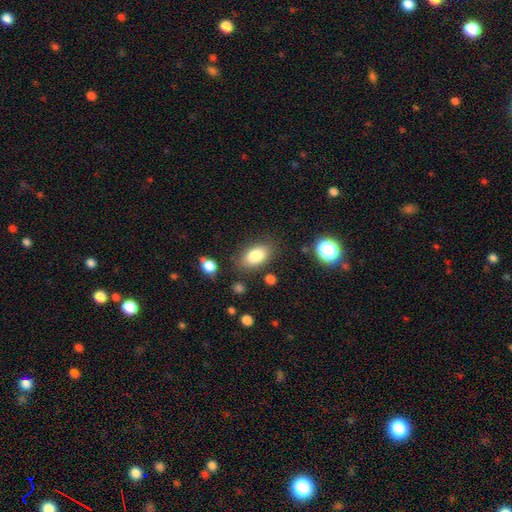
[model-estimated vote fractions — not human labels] This is clearly a smooth galaxy (83%). How rounded: clearly in between (90%). Merging: clearly none (80%).